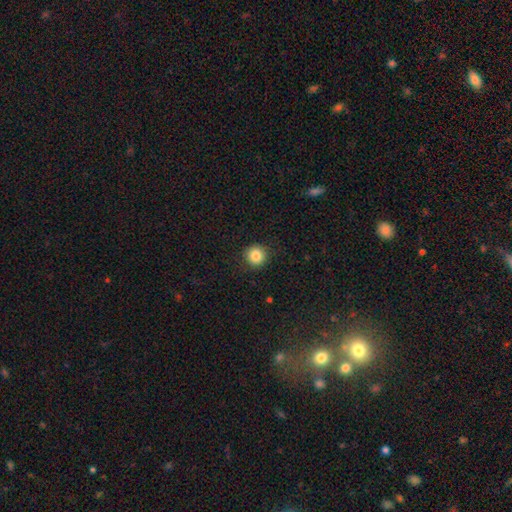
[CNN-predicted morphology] This is clearly a smooth galaxy (85%). How rounded: clearly round (93%). Merging: clearly none (90%).